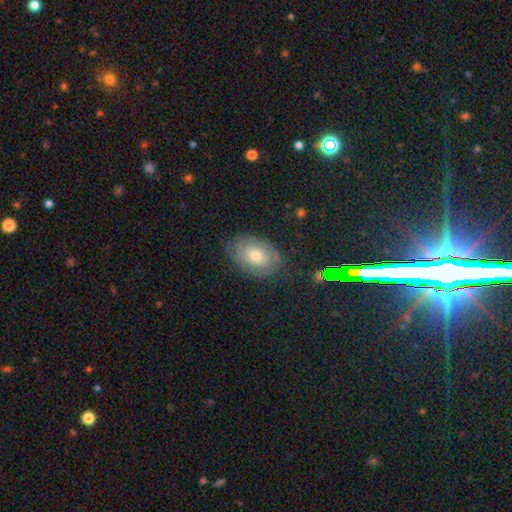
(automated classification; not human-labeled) A smooth galaxy with no disk features (46%).

Vote fractions:
- Smooth or featured? smooth: 46% / featured or disk: 40% / star or artifact: 14%
- Merging? none: 76% / minor disturbance: 17% / major disturbance: 6% / merger: 1%